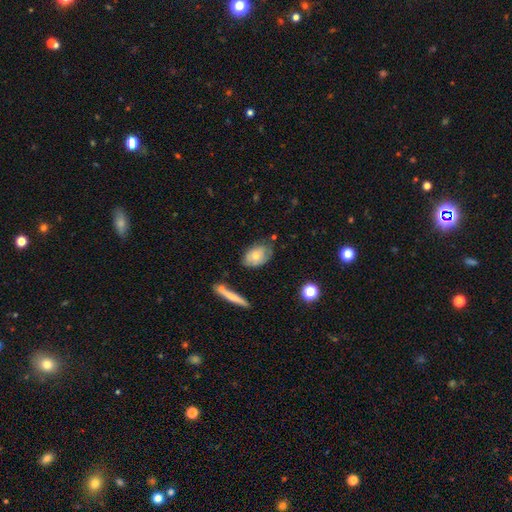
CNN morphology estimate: Overall: smooth (58%; featured or disk 34%). How rounded: in between (82%). Merging: none (57%; minor disturbance 29%).